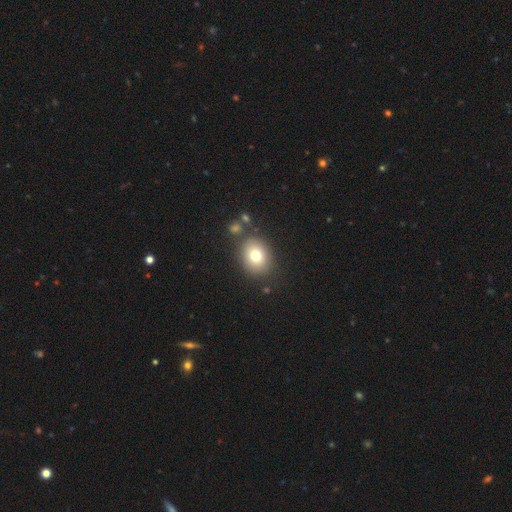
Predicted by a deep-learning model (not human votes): This appears to be a smooth galaxy with no disk features (75%) that is round (60%). Merging: none (81%).